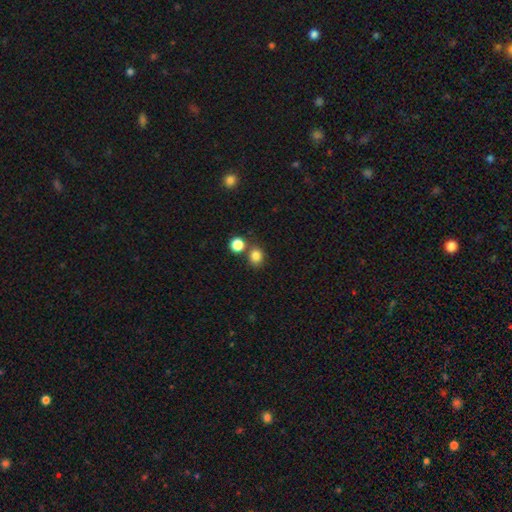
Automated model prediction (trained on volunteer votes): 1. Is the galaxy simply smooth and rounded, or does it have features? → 83% smooth, 13% star or artifact, 5% featured or disk.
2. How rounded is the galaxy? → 71% round, 28% in between, 1% cigar-shaped.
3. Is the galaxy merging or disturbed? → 70% none, 18% merger, 10% minor disturbance, 3% major disturbance.